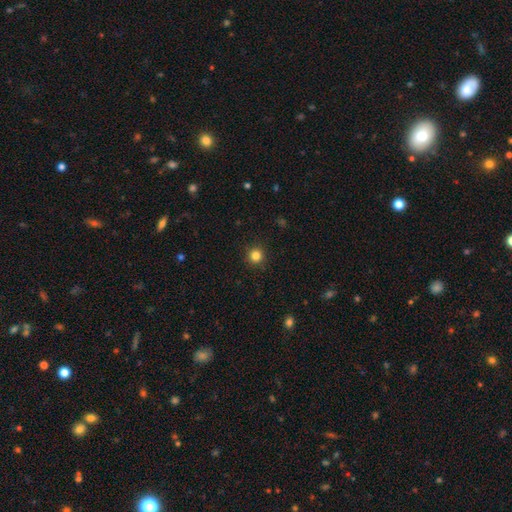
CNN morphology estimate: Smooth or featured: smooth — 83% (star or artifact — 12%)
How rounded: round — 95% (in between — 4%)
Merging: none — 92% (minor disturbance — 5%)